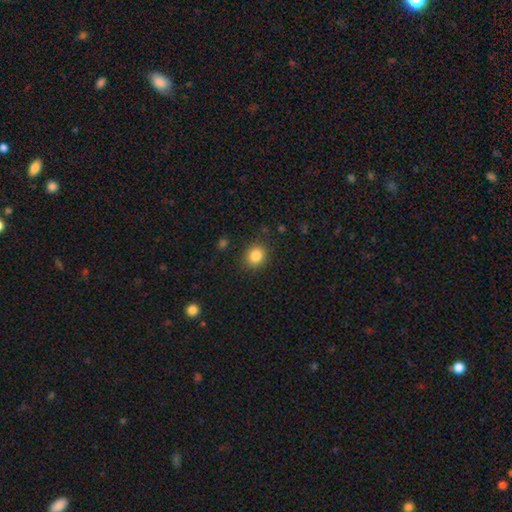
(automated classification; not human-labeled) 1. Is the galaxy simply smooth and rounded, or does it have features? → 85% smooth, 10% star or artifact, 5% featured or disk.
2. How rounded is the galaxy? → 70% round, 29% in between, 1% cigar-shaped.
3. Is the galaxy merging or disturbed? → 86% none, 10% minor disturbance, 3% major disturbance, 1% merger.